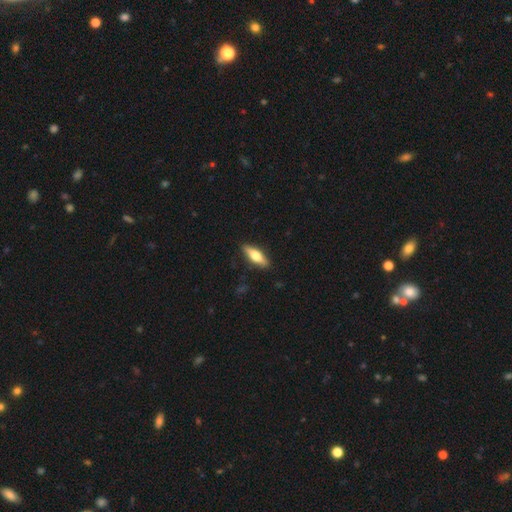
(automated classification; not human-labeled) smooth_or_featured: smooth (p=0.55) [alt: featured or disk p=0.39]
how_rounded: in between (p=0.51) [alt: cigar-shaped p=0.47]
merging: none (p=0.88) [alt: minor disturbance p=0.09]